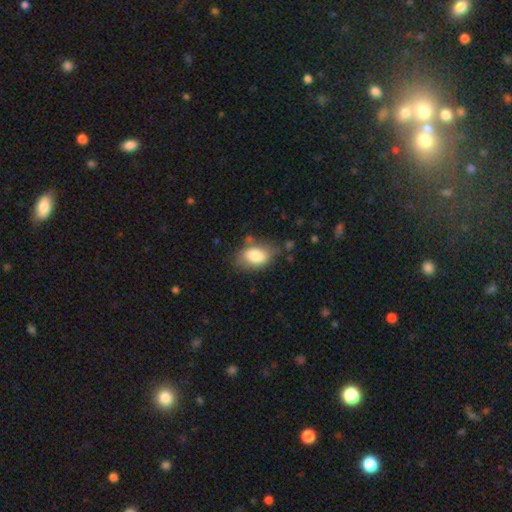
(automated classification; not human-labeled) A smooth galaxy with no disk features (81%) that is in between round and cigar-shaped (88%).

Vote fractions:
- Smooth or featured? smooth: 81% / featured or disk: 12% / star or artifact: 7%
- How rounded? in between: 88% / round: 11% / cigar-shaped: 2%
- Merging? none: 68% / minor disturbance: 21% / major disturbance: 7% / merger: 4%